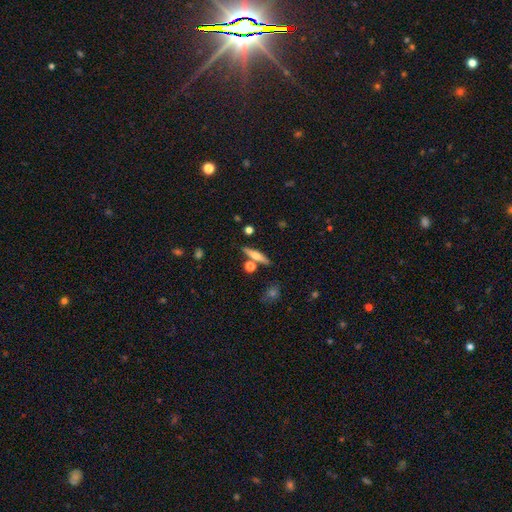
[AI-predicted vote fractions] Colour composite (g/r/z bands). It shows a smooth galaxy with no disk features (47%). Merging: none (77%).